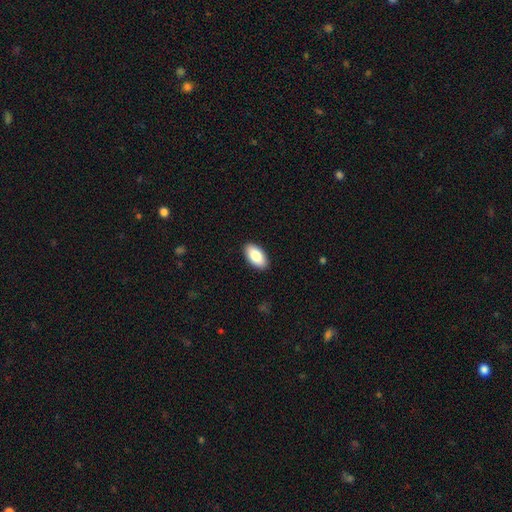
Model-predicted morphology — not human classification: Smooth or featured: smooth — 86% (featured or disk — 8%)
How rounded: in between — 95% (cigar-shaped — 3%)
Merging: none — 90% (minor disturbance — 7%)